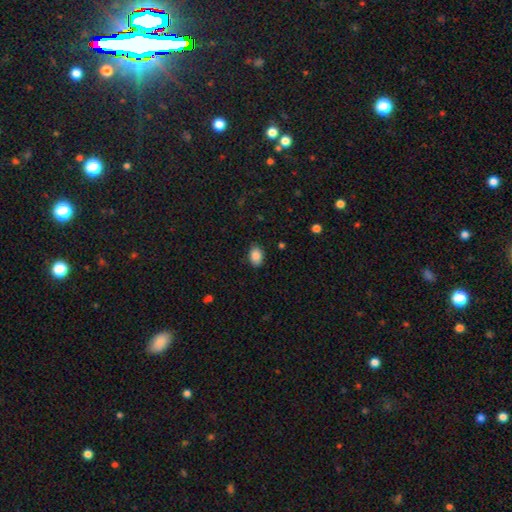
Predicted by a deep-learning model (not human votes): This is clearly a smooth galaxy (88%). How rounded: likely in between (79%). Merging: clearly none (86%).